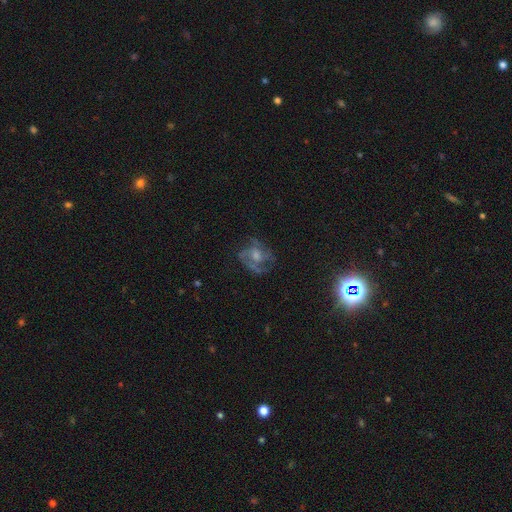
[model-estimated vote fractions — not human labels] This is likely a featured or disk galaxy (72%). It is clearly not viewed edge-on (97%). Bar: likely no (65%). Spiral arm pattern: clearly yes (81%). Spiral arm count: marginally 2 (30%). Spiral winding: possibly medium (50%). Central bulge: possibly moderate (49%). Merging: possibly none (55%).